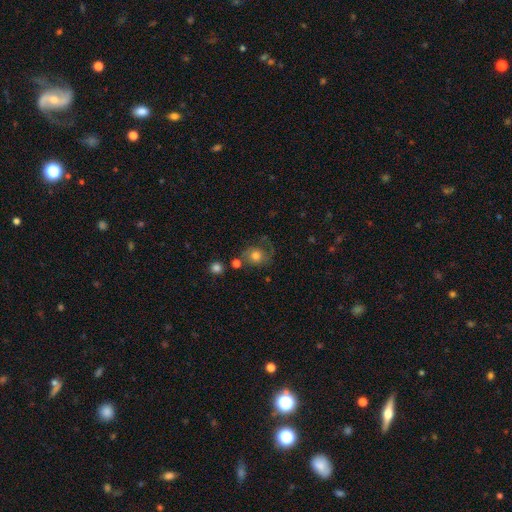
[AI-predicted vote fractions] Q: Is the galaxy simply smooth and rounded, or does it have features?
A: smooth — 54%.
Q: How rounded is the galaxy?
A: round — 73%.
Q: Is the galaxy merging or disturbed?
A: none — 54%.